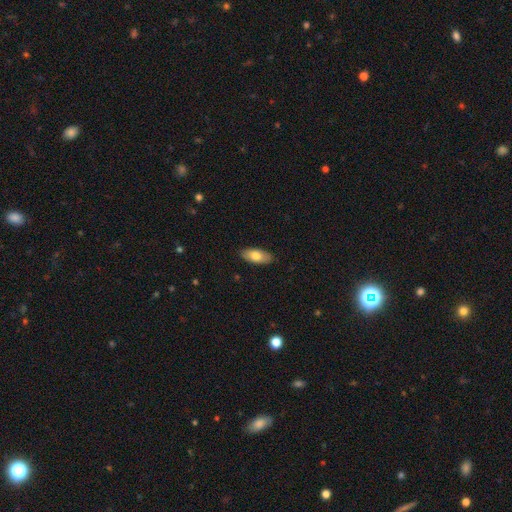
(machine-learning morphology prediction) Smooth or featured: smooth — 75% (featured or disk — 19%)
How rounded: in between — 88% (cigar-shaped — 9%)
Merging: none — 88% (minor disturbance — 9%)